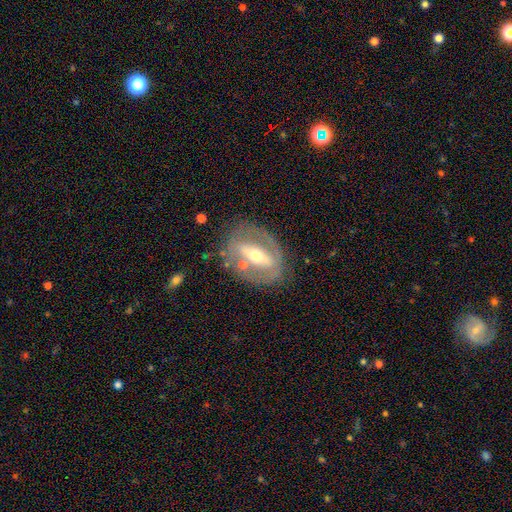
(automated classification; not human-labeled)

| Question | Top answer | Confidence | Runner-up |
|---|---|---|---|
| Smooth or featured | featured or disk | 75% | smooth (19%) |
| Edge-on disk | no | 81% | yes (19%) |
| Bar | strong | 68% | weak (18%) |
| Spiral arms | no | 67% | yes (33%) |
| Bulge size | moderate | 60% | small (31%) |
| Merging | none | 72% | minor disturbance (15%) |